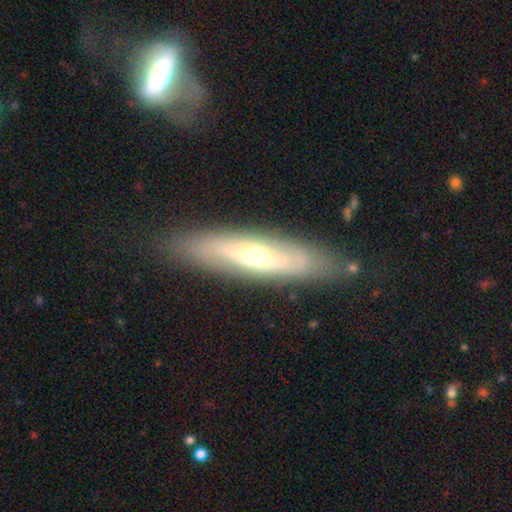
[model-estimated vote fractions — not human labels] Smooth or featured? featured or disk (61%)
Edge-on disk? no (53%)
Merging? none (83%)